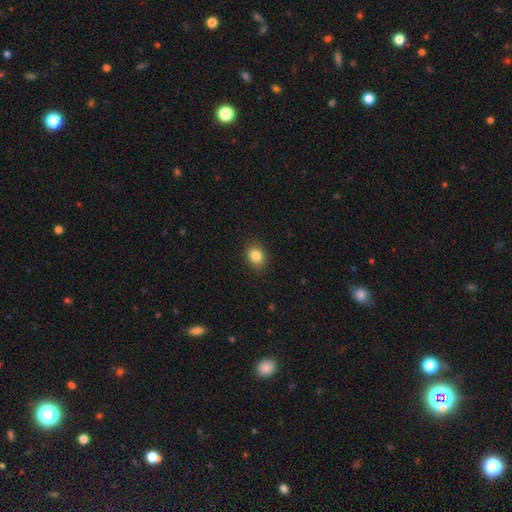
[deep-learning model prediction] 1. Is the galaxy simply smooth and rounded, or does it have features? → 85% smooth, 10% star or artifact, 5% featured or disk.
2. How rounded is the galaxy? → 50% in between, 49% round, 1% cigar-shaped.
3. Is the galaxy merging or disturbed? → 87% none, 10% minor disturbance, 2% major disturbance, 1% merger.